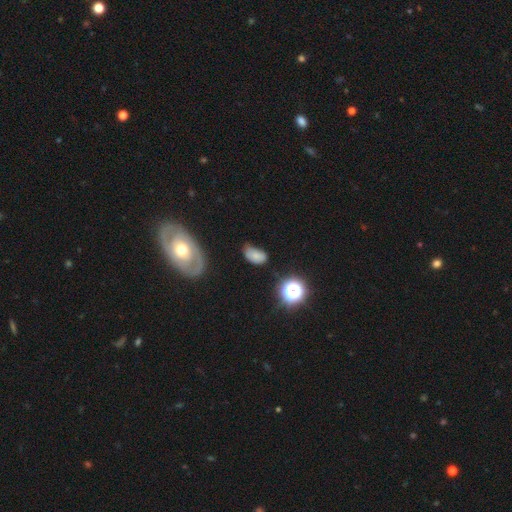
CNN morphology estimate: Smooth or featured? smooth (69%)
How rounded? in between (89%)
Merging? none (42%)